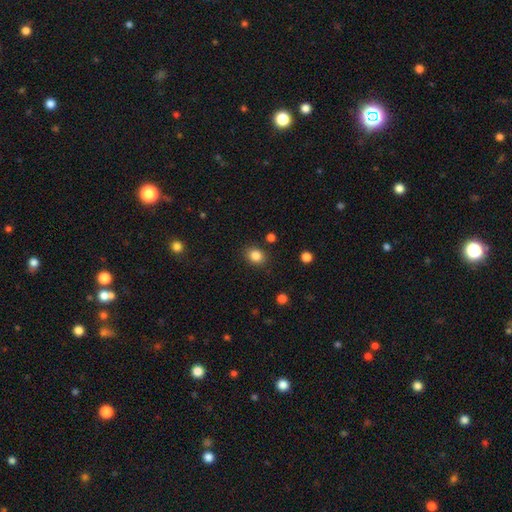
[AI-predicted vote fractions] smooth 85%, star or artifact 11%, featured or disk 5%. Down the decision tree: how rounded — round (56%); merging — none (86%).